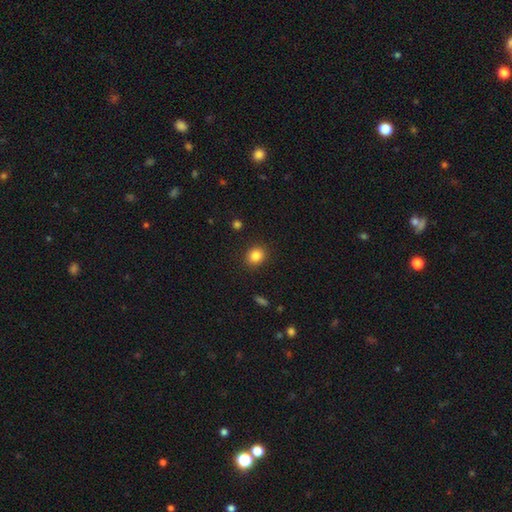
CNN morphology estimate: This appears to be a smooth galaxy with no disk features (84%) that is round (69%). Merging: none (89%).